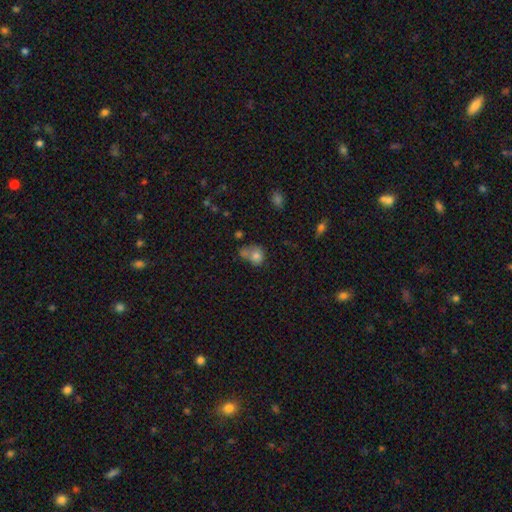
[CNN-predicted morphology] Overall: smooth (76%). How rounded: round (57%; in between 42%). Merging: merger (37%; none 31%).